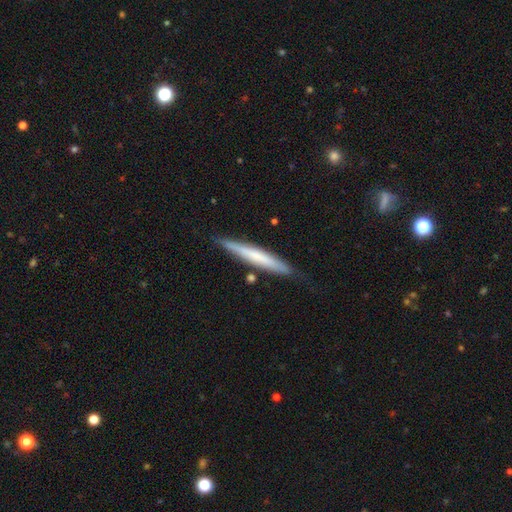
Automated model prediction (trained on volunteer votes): smooth-or-featured: smooth: 55% | featured or disk: 39% | star or artifact: 6%
  how-rounded: cigar-shaped: 95% | in between: 4% | round: 1%
  merging: none: 81% | minor disturbance: 14% | merger: 2% | major disturbance: 2%